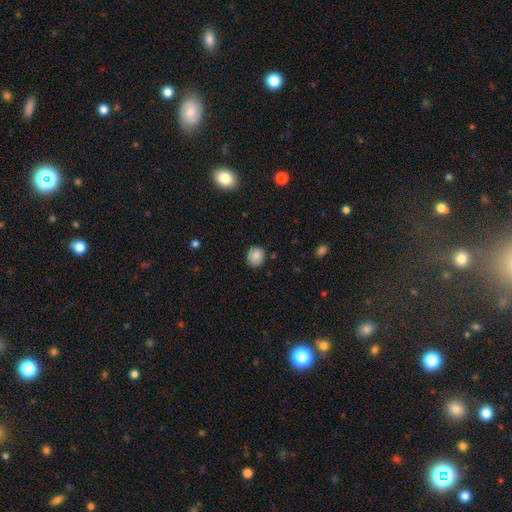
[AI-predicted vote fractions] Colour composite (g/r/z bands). It shows a smooth galaxy with no disk features (86%) that is round (75%). Merging: none (83%).